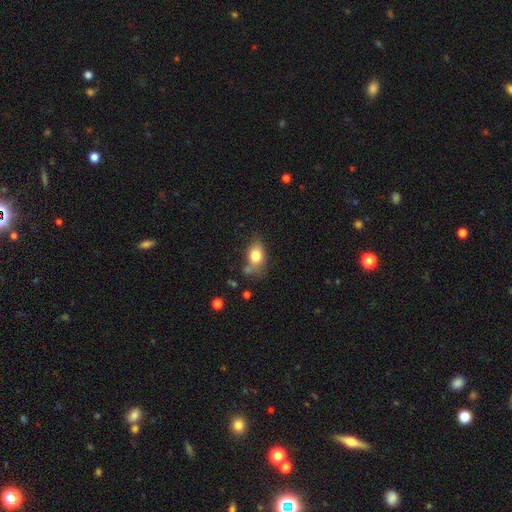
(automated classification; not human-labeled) A smooth galaxy with no disk features (79%) that is in between round and cigar-shaped (75%).

Vote fractions:
- Smooth or featured? smooth: 79% / featured or disk: 12% / star or artifact: 9%
- How rounded? in between: 75% / round: 23% / cigar-shaped: 2%
- Merging? none: 55% / minor disturbance: 25% / merger: 12% / major disturbance: 8%